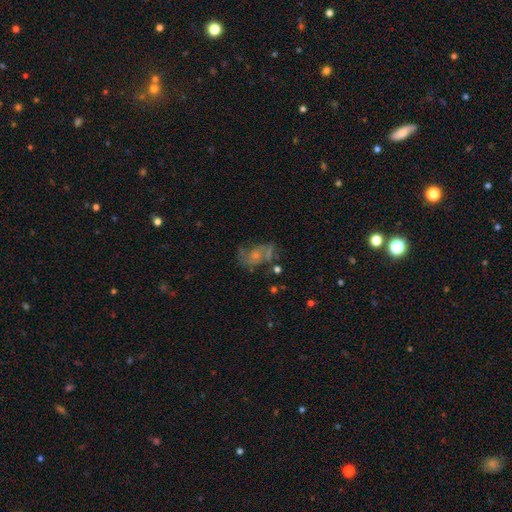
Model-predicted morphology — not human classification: Smooth or featured: featured or disk — 57% (smooth — 29%)
Edge-on disk: no — 97% (yes — 3%)
Bar: no — 73% (weak — 23%)
Spiral arms: yes — 67% (no — 33%)
Bulge size: small — 47% (none — 29%)
Merging: none — 39% (major disturbance — 28%)